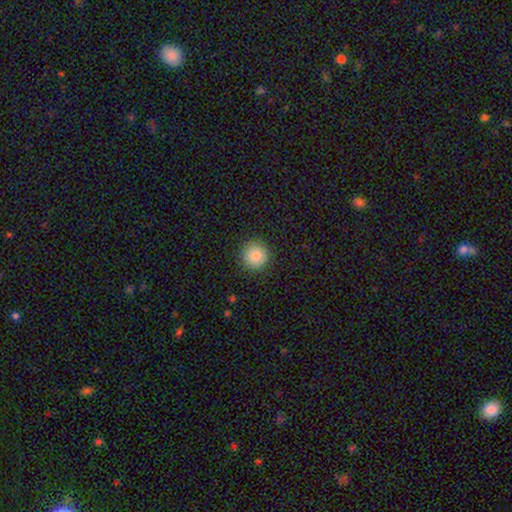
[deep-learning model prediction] Overall: smooth (84%). How rounded: round (95%). Merging: none (91%).